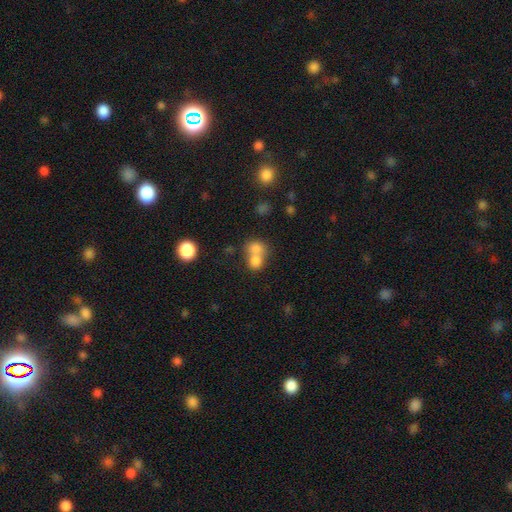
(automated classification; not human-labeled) Smooth or featured? Predicted: smooth (p=0.76). How rounded? Predicted: round (p=0.68). Merging? Predicted: merger (p=0.66).